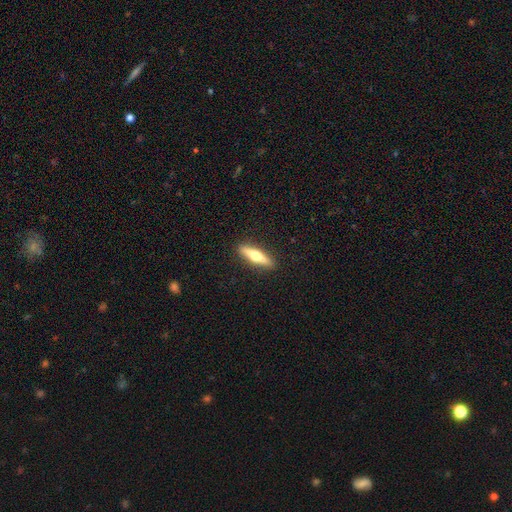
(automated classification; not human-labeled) This appears to be a featured or disk galaxy (51%) viewed edge-on (94%). Merging: none (91%).